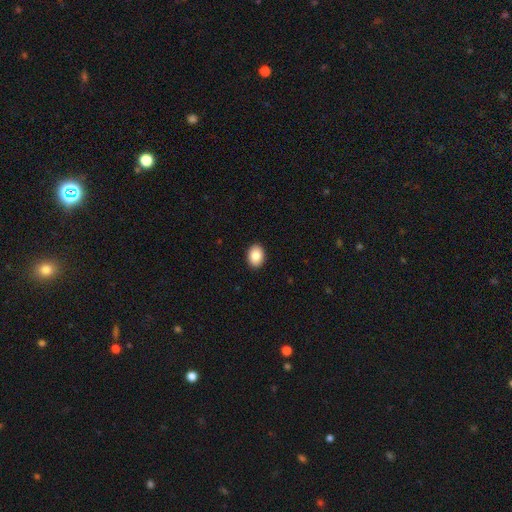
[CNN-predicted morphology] smooth 86%, star or artifact 7%, featured or disk 7%. Down the decision tree: how rounded — in between (74%); merging — none (91%).